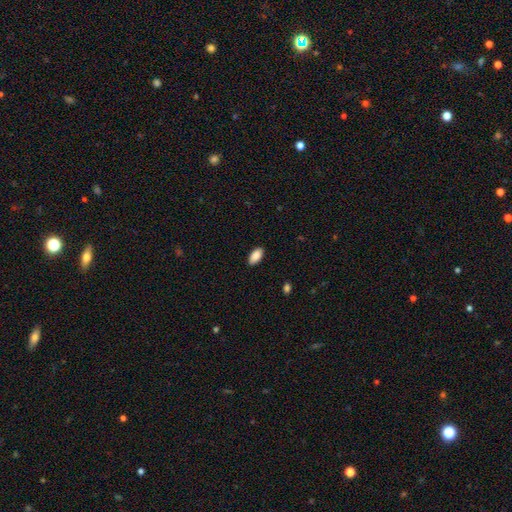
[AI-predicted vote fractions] A smooth galaxy with no disk features (89%) that is in between round and cigar-shaped (93%).

Vote fractions:
- Smooth or featured? smooth: 89% / star or artifact: 7% / featured or disk: 4%
- How rounded? in between: 93% / cigar-shaped: 5% / round: 2%
- Merging? none: 89% / minor disturbance: 8% / major disturbance: 2% / merger: 1%